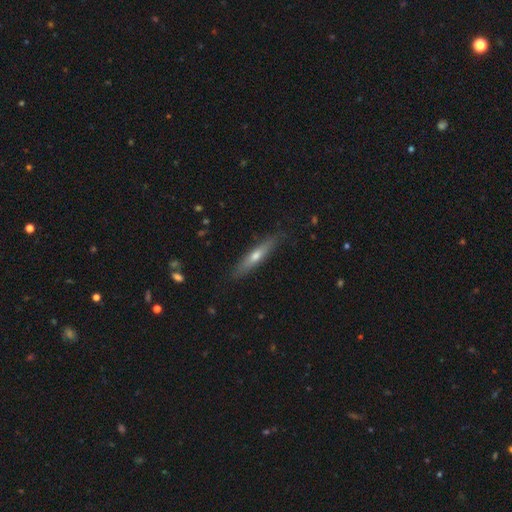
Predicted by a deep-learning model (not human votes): A featured or disk galaxy (49%).

Vote fractions:
- Smooth or featured? featured or disk: 49% / smooth: 45% / star or artifact: 6%
- Merging? none: 86% / minor disturbance: 10% / major disturbance: 2% / merger: 1%